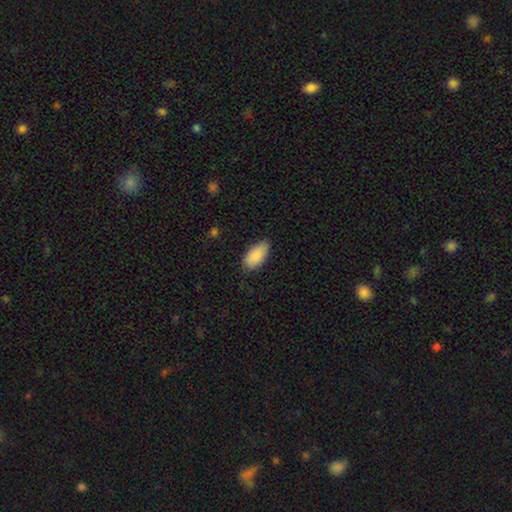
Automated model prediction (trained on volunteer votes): This is clearly a smooth galaxy (88%). How rounded: clearly in between (94%). Merging: clearly none (80%).